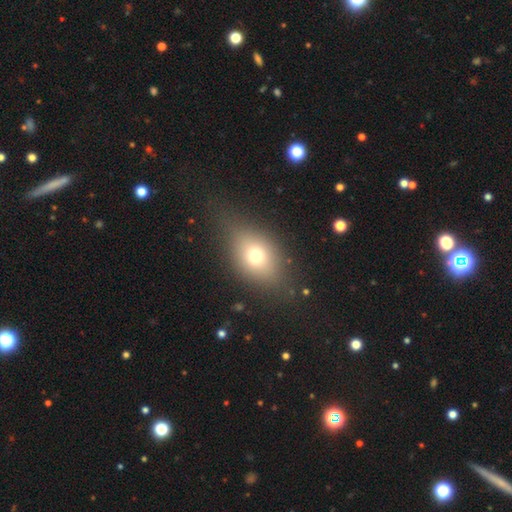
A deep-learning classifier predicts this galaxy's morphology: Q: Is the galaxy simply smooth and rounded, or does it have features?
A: smooth — 69%.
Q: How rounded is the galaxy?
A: in between — 67%.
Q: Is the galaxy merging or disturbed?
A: none — 69%.